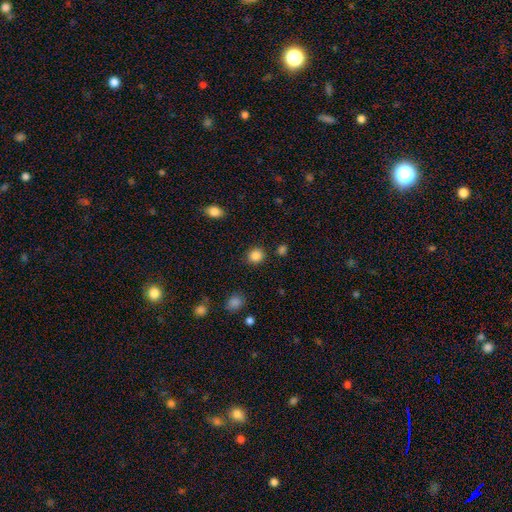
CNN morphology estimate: Overall: smooth (86%). How rounded: round (83%). Merging: none (87%).